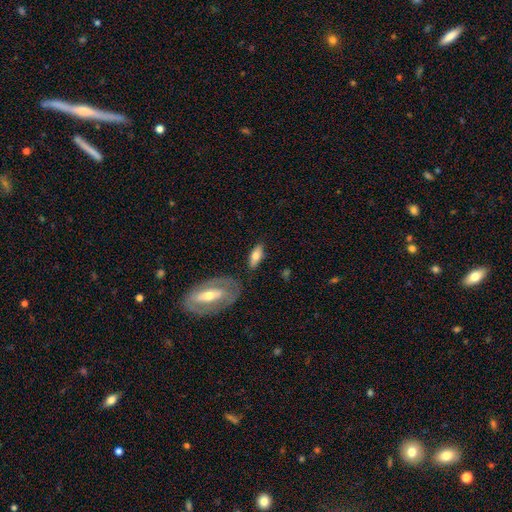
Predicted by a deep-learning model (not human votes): smooth-or-featured: smooth: 66% | featured or disk: 27% | star or artifact: 6%
  how-rounded: in between: 72% | cigar-shaped: 25% | round: 3%
  merging: none: 79% | minor disturbance: 13% | merger: 4% | major disturbance: 4%